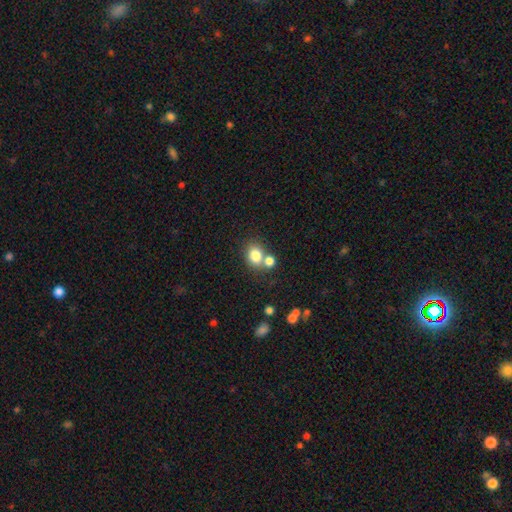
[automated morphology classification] Overall: smooth (79%). How rounded: round (60%; in between 39%). Merging: none (52%; merger 35%).